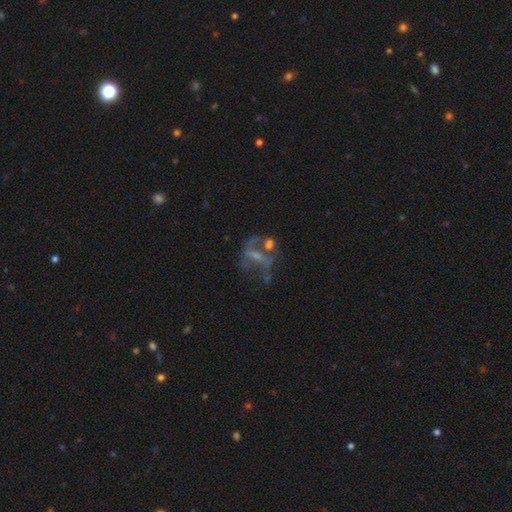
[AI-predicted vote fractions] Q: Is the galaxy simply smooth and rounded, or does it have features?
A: featured or disk — 66%.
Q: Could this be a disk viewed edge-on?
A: no — 93%.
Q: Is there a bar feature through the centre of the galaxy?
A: weak — 37%.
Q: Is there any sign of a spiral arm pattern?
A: yes — 51%.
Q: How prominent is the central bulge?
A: small — 43%.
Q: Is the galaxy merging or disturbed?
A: none — 36%.